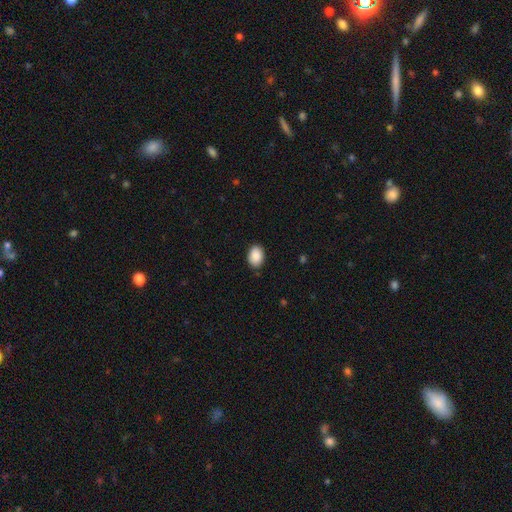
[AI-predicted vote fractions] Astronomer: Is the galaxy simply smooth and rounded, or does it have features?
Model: smooth — 90%.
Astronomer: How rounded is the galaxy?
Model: in between — 79%.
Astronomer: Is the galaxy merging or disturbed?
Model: none — 87%.